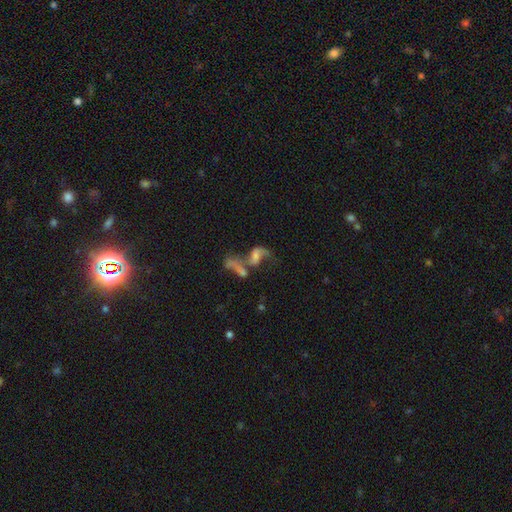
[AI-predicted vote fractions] A featured or disk galaxy (54%) with no bar (63%), spiral arms (59%) and no central bulge (38%).

Vote fractions:
- Smooth or featured? featured or disk: 54% / smooth: 33% / star or artifact: 14%
- Edge-on disk? no: 94% / yes: 6%
- Bar? no: 63% / weak: 26% / strong: 11%
- Spiral arms? yes: 59% / no: 41%
- Bulge size? none: 38% / small: 26% / moderate: 25% / large: 9% / dominant: 3%
- Merging? merger: 58% / major disturbance: 19% / none: 16% / minor disturbance: 8%